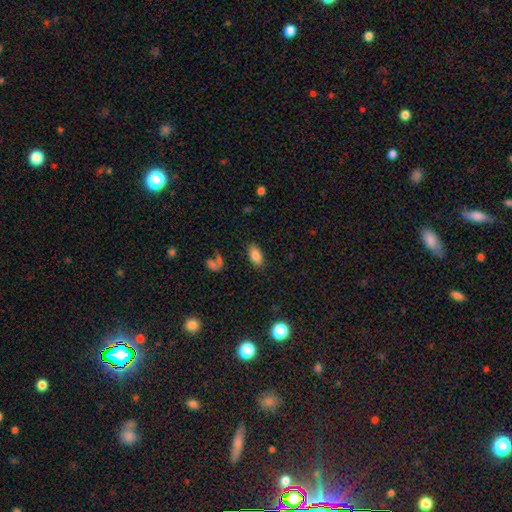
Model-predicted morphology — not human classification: Smooth or featured: smooth — 83% (featured or disk — 9%)
How rounded: in between — 90% (cigar-shaped — 5%)
Merging: none — 84% (minor disturbance — 10%)